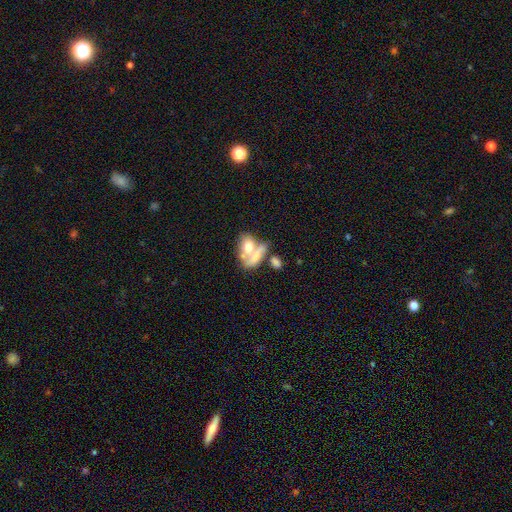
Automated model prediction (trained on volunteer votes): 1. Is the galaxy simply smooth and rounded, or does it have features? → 61% smooth, 30% featured or disk, 8% star or artifact.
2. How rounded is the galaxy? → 77% in between, 16% round, 6% cigar-shaped.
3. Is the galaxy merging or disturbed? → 59% merger, 20% none, 12% major disturbance, 10% minor disturbance.